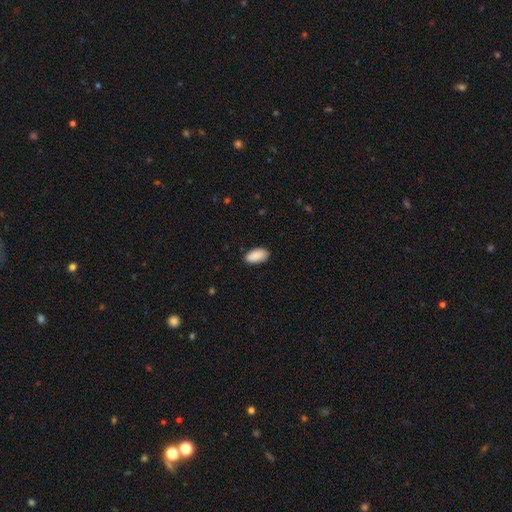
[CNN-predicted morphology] A smooth galaxy with no disk features (91%) that is in between round and cigar-shaped (94%). Merging: none (86%).